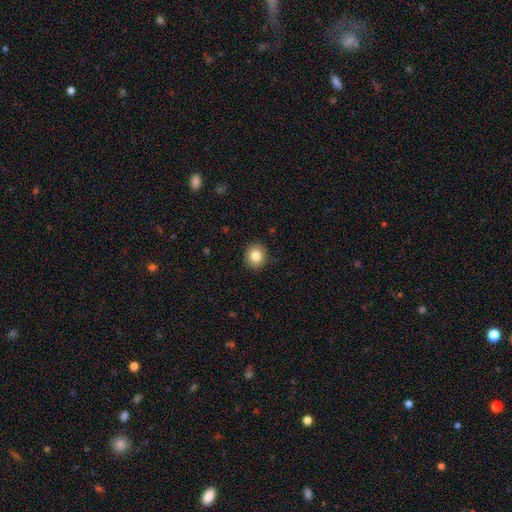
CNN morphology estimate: A smooth galaxy with no disk features (82%) that is round (84%). Merging: none (89%).